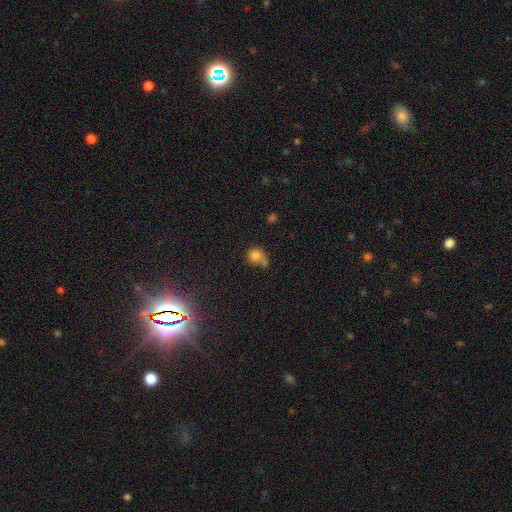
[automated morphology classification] Smooth or featured? smooth (77%)
How rounded? round (76%)
Merging? none (37%)